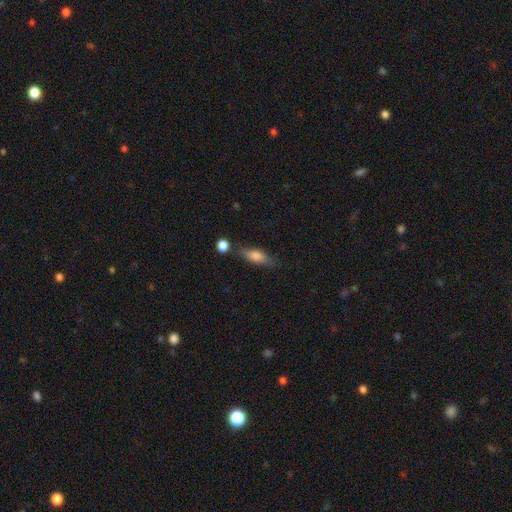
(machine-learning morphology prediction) This is likely a smooth galaxy (72%). How rounded: likely in between (64%). Merging: likely none (65%).